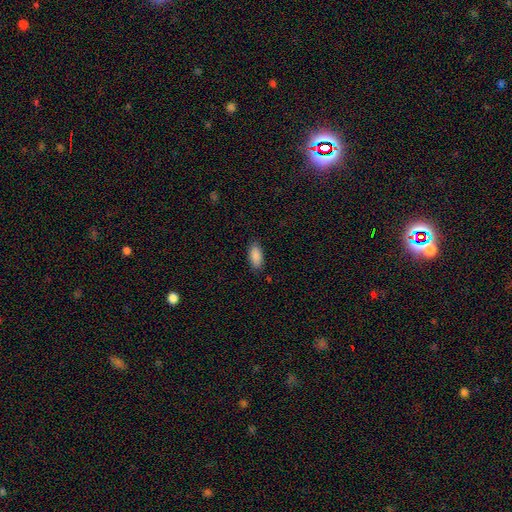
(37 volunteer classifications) A smooth galaxy with no disk features (92%) that is in between round and cigar-shaped (79%).

Vote fractions:
- Smooth or featured? smooth: 92% / featured or disk: 8% / star or artifact: 0%
- How rounded? in between: 79% / cigar-shaped: 15% / round: 6%
- Merging? none: 81% / minor disturbance: 16% / major disturbance: 3% / merger: 0%